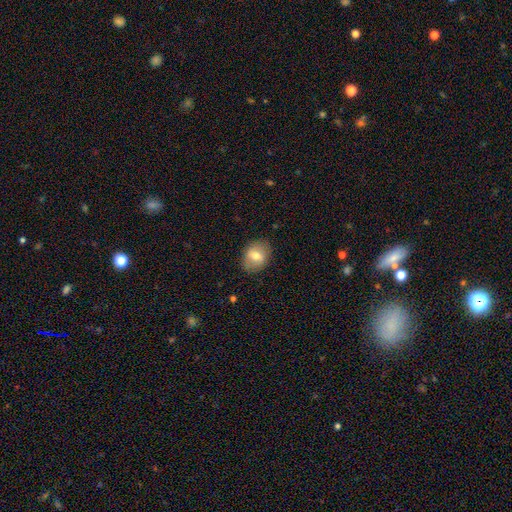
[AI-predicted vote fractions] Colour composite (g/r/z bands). It shows a smooth galaxy with no disk features (68%) that is in between round and cigar-shaped (62%). Merging: none (83%).